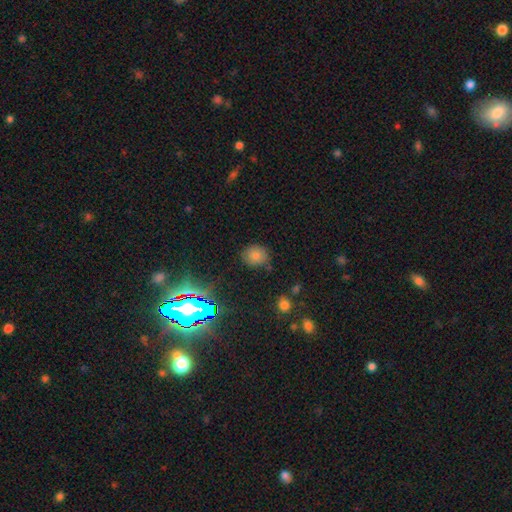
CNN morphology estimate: A smooth galaxy with no disk features (75%) that is round (73%). Merging: none (79%).